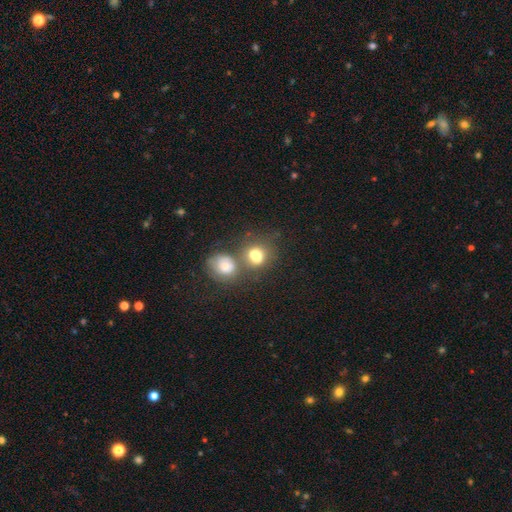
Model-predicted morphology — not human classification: This appears to be a smooth galaxy with no disk features (75%) that is round (63%). Merging: merger (44%).